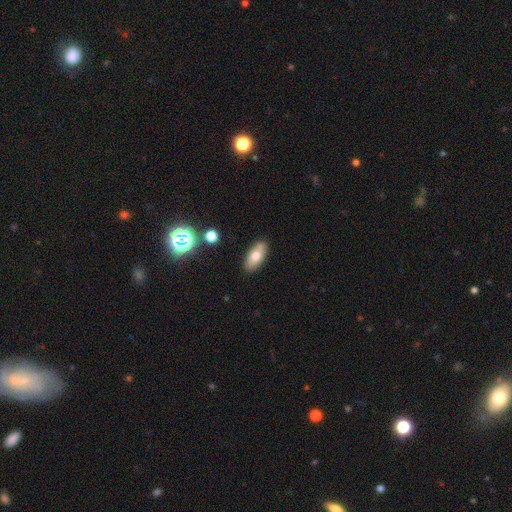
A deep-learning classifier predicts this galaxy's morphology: Smooth or featured? Predicted: smooth (p=0.72). How rounded? Predicted: in between (p=0.85). Merging? Predicted: none (p=0.86).